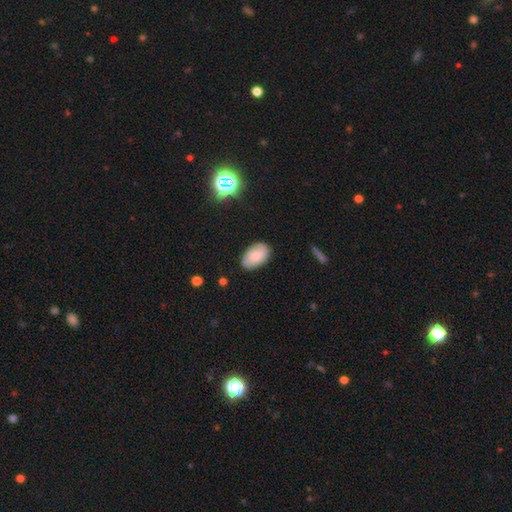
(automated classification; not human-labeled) Smooth or featured?
  - smooth: 71% *
  - featured or disk: 21%
  - star or artifact: 8%
How rounded?
  - in between: 92% *
  - round: 7%
  - cigar-shaped: 1%
Merging?
  - none: 81% *
  - minor disturbance: 15%
  - major disturbance: 3%
  - merger: 1%